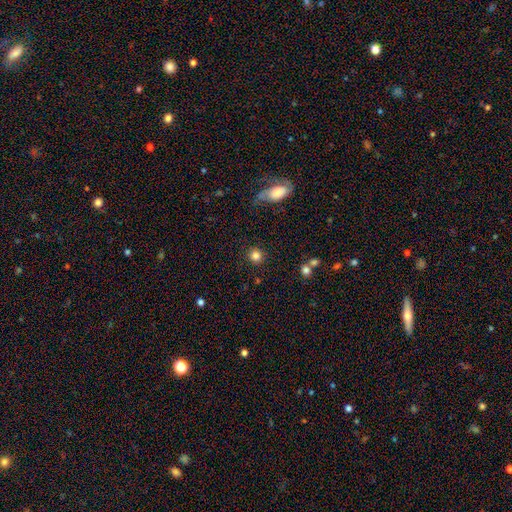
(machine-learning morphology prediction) The model was most divided on "smooth or featured": smooth: 84%, star or artifact: 10%, featured or disk: 6%. More confident: how rounded — round (92%); merging — none (89%).